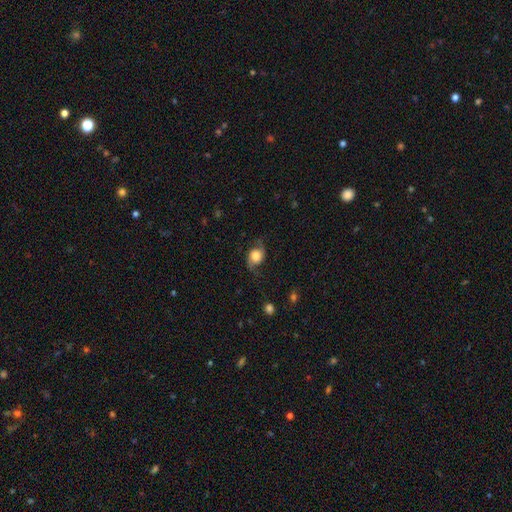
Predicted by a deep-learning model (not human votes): featured or disk 54%, smooth 37%, star or artifact 9%. Down the decision tree: edge-on disk — no (95%); bar — no (73%); spiral arms — yes (90%); bulge size — large (48%); merging — none (68%).